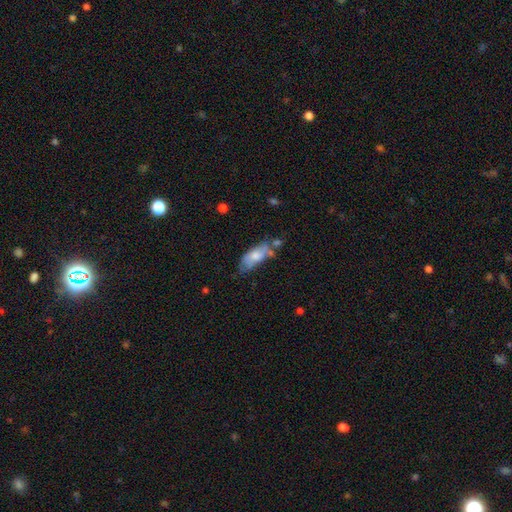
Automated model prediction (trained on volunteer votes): Overall: smooth (63%; featured or disk 30%). How rounded: in between (78%). Merging: none (43%; minor disturbance 30%).